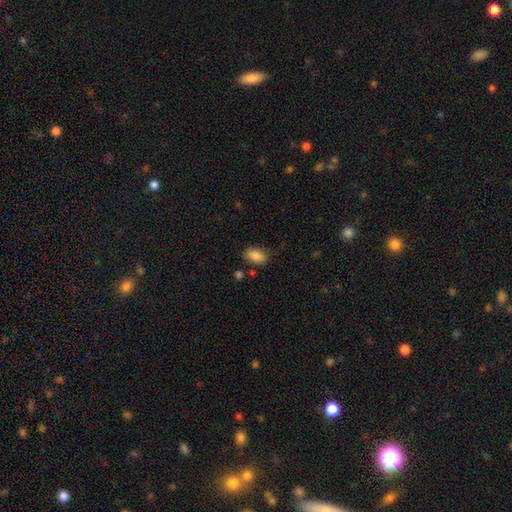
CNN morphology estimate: smooth-or-featured: smooth: 86% | star or artifact: 8% | featured or disk: 6%
  how-rounded: in between: 90% | round: 7% | cigar-shaped: 3%
  merging: none: 78% | minor disturbance: 15% | merger: 4% | major disturbance: 3%